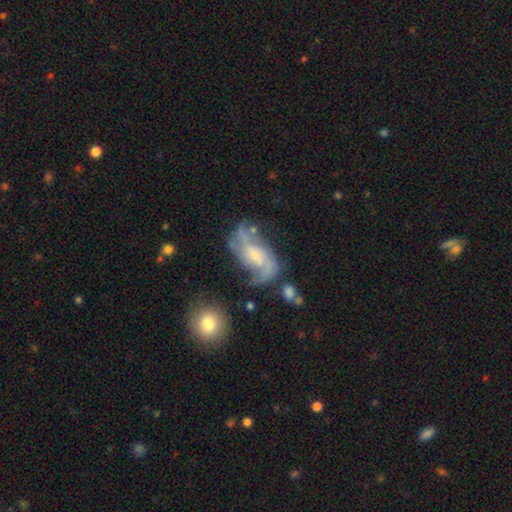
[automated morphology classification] Smooth or featured? featured or disk (79%)
Edge-on disk? no (96%)
Bar? no (49%)
Spiral arms? yes (91%)
Spiral winding? loose (42%)
Spiral arm count? 2 (73%)
Bulge size? small (55%)
Merging? none (50%)